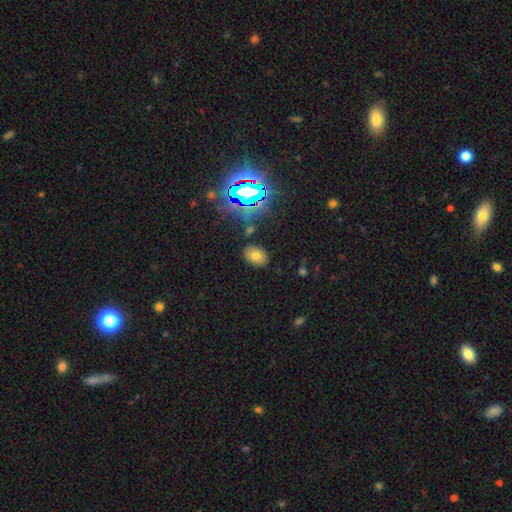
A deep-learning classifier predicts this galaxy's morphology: Smooth or featured: smooth — 65% (star or artifact — 23%)
How rounded: in between — 80% (round — 19%)
Merging: none — 85% (minor disturbance — 10%)